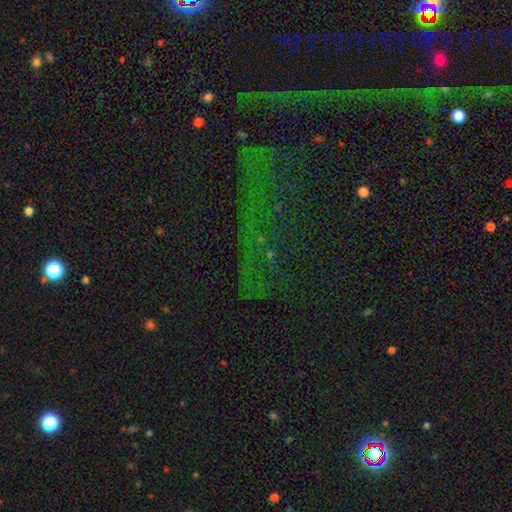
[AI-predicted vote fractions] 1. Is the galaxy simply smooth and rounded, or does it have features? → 81% star or artifact, 10% smooth, 8% featured or disk.